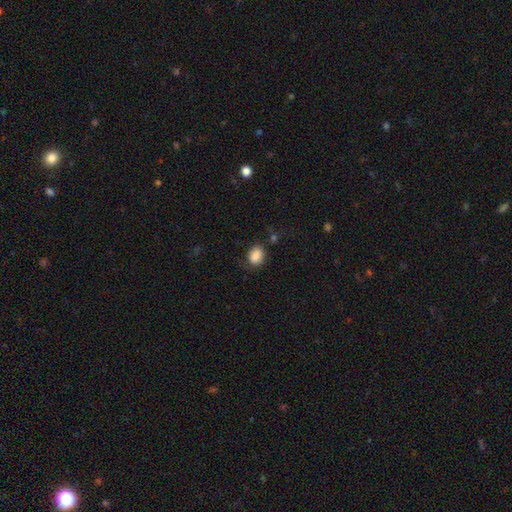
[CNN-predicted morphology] Smooth or featured? Predicted: smooth (p=0.86). How rounded? Predicted: in between (p=0.58). Merging? Predicted: none (p=0.72).